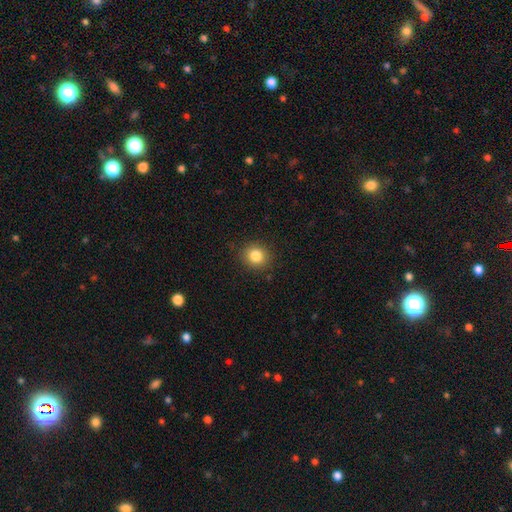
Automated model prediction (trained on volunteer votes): Overall: smooth (84%). How rounded: round (82%). Merging: none (89%).